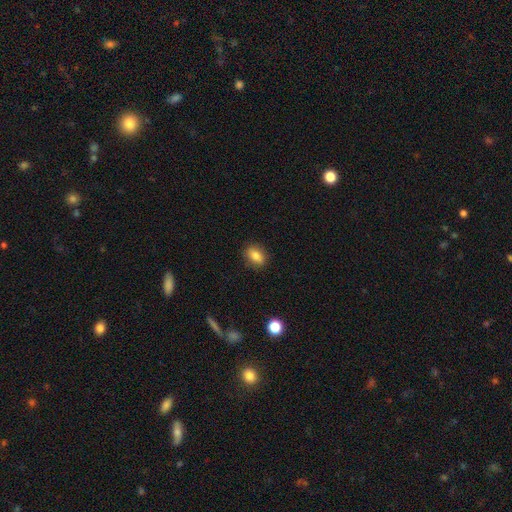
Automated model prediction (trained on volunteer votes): Q: Smooth or featured?
A: smooth (82%); runner-up: star or artifact (9%)
Q: How rounded?
A: in between (75%); runner-up: round (23%)
Q: Merging?
A: none (87%); runner-up: minor disturbance (10%)